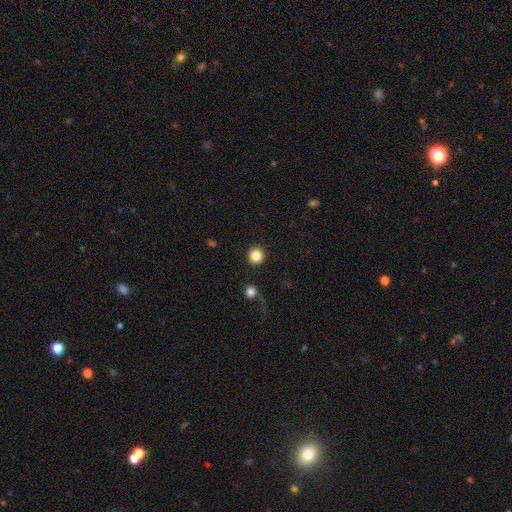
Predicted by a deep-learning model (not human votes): smooth 84%, star or artifact 10%, featured or disk 5%. Down the decision tree: how rounded — round (93%); merging — none (91%).